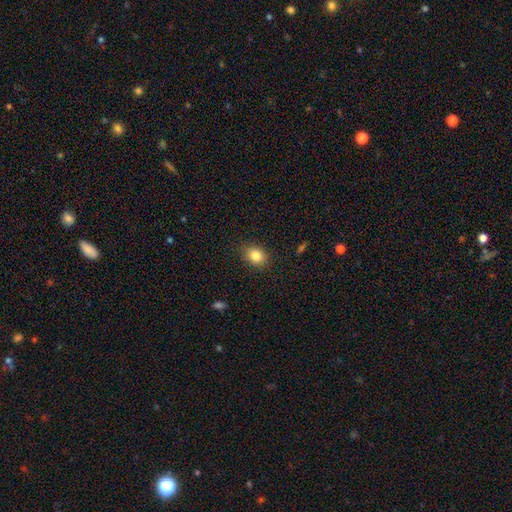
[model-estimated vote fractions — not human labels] This is clearly a smooth galaxy (83%). How rounded: possibly in between (52%). Merging: clearly none (86%).